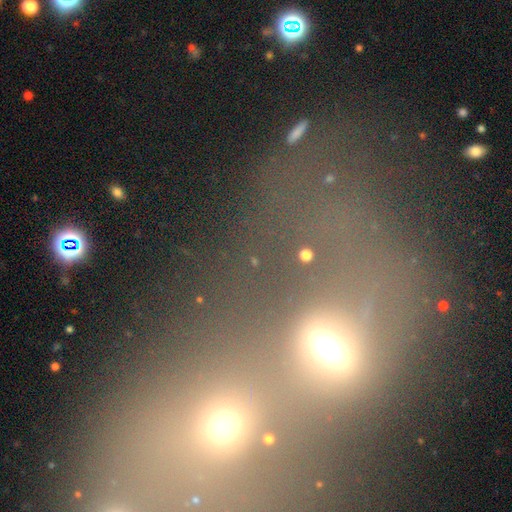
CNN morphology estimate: smooth_or_featured: smooth (p=0.41) [alt: star or artifact p=0.30]
merging: merger (p=0.68) [alt: none p=0.14]